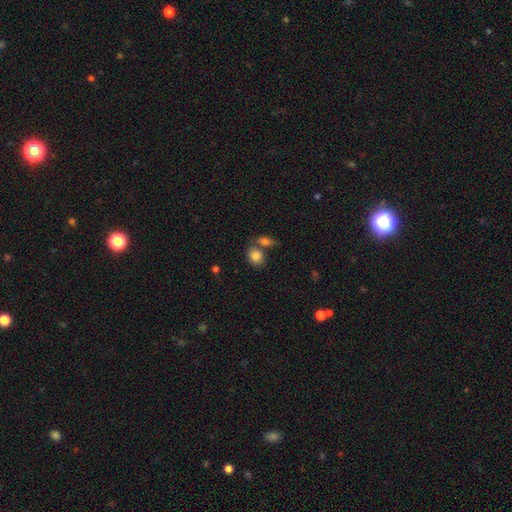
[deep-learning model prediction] smooth-or-featured: smooth: 84% | star or artifact: 8% | featured or disk: 7%
  how-rounded: in between: 57% | round: 42% | cigar-shaped: 1%
  merging: none: 50% | merger: 35% | minor disturbance: 12% | major disturbance: 4%